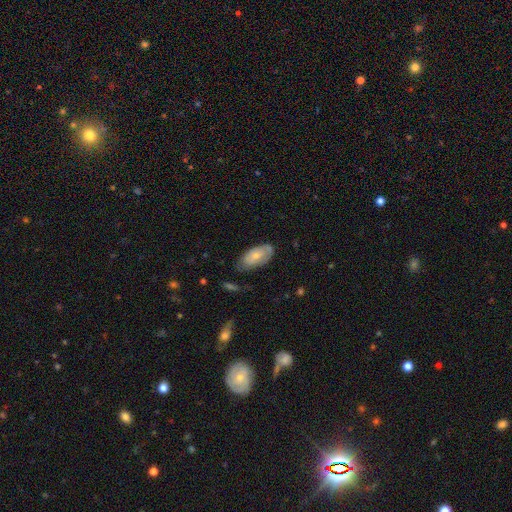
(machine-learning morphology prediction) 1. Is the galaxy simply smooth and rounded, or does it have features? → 63% smooth, 31% featured or disk, 6% star or artifact.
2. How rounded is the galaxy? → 93% in between, 4% cigar-shaped, 3% round.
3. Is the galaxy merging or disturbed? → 59% none, 30% minor disturbance, 8% major disturbance, 2% merger.